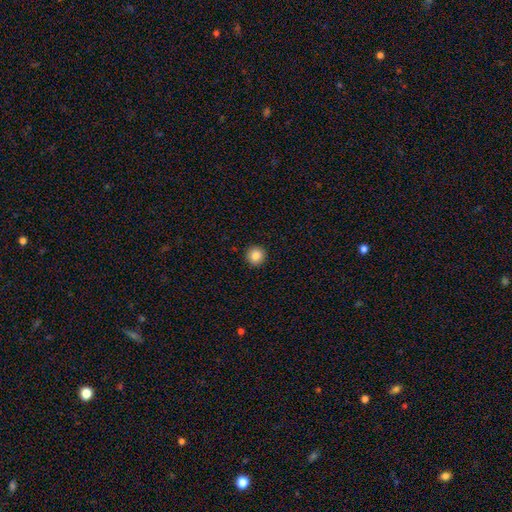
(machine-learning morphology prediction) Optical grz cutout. It shows a smooth galaxy with no disk features (86%) that is round (94%). Merging: none (93%).